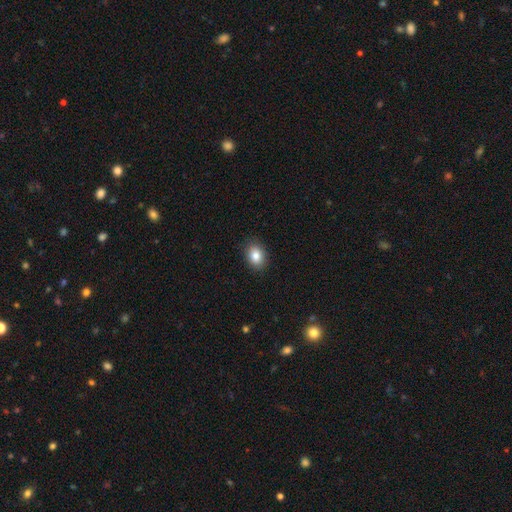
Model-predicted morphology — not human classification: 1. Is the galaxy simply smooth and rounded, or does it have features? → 84% smooth, 9% star or artifact, 7% featured or disk.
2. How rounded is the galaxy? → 68% in between, 31% round, 1% cigar-shaped.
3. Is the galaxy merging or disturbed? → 89% none, 8% minor disturbance, 2% major disturbance, 1% merger.